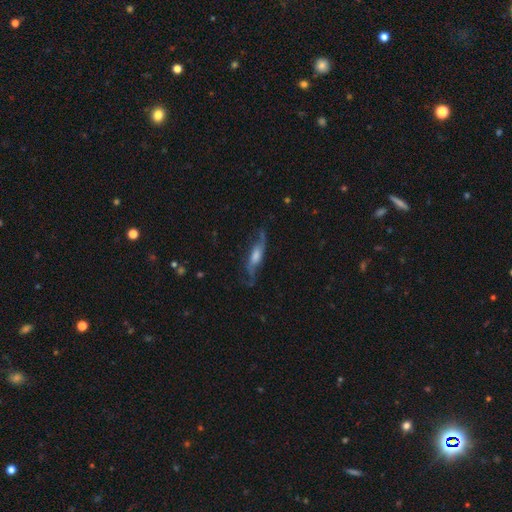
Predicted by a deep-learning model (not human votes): This appears to be a featured or disk galaxy (70%). Merging: none (64%).